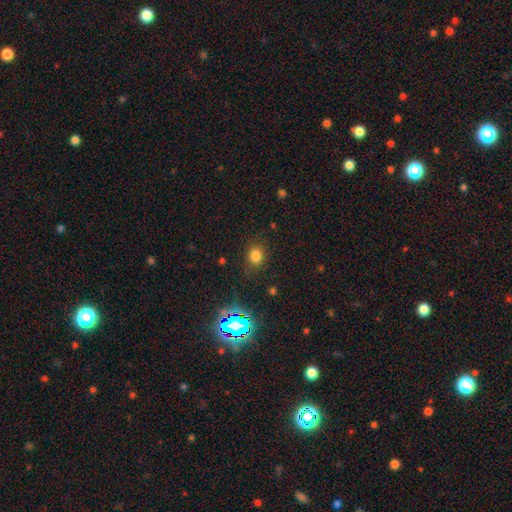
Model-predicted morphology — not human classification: smooth 75%, star or artifact 18%, featured or disk 6%. Down the decision tree: how rounded — round (67%); merging — none (82%).